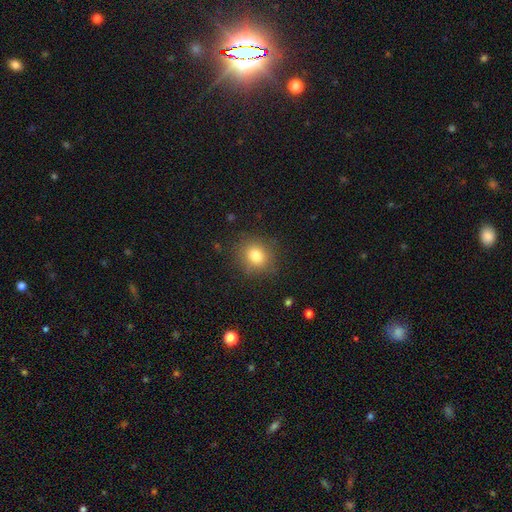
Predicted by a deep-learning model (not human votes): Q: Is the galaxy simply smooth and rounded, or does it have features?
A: smooth — 81%.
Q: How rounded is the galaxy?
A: round — 68%.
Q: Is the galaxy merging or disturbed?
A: none — 83%.